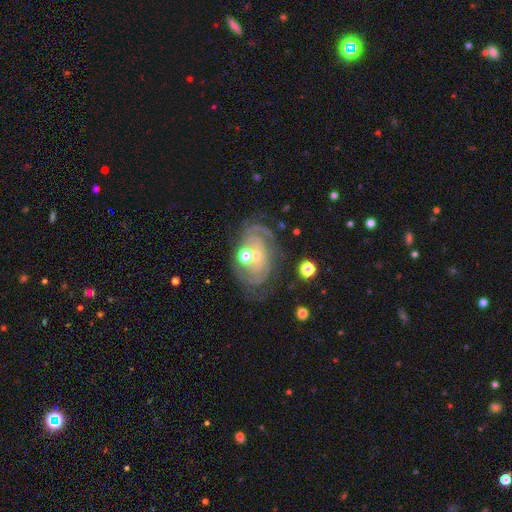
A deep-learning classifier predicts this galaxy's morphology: featured or disk 82%, smooth 10%, star or artifact 9%. Down the decision tree: edge-on disk — no (96%); bar — no (67%); spiral arms — yes (92%); spiral arm count — can't tell (36%); spiral winding — tight (66%); bulge size — small (53%); merging — none (62%).